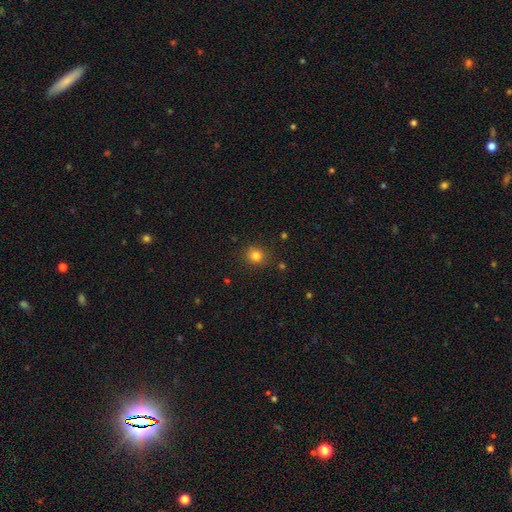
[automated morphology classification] smooth 81%, star or artifact 13%, featured or disk 5%. Down the decision tree: how rounded — round (83%); merging — none (88%).